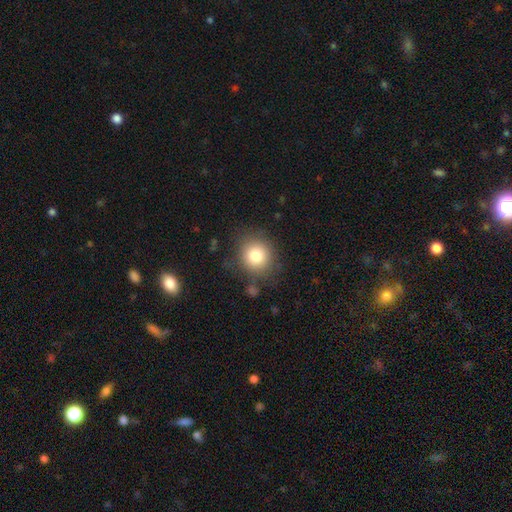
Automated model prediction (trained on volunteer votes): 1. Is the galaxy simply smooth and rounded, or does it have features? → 81% smooth, 11% star or artifact, 8% featured or disk.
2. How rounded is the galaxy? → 86% round, 13% in between, 1% cigar-shaped.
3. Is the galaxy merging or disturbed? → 82% none, 11% minor disturbance, 4% major disturbance, 2% merger.